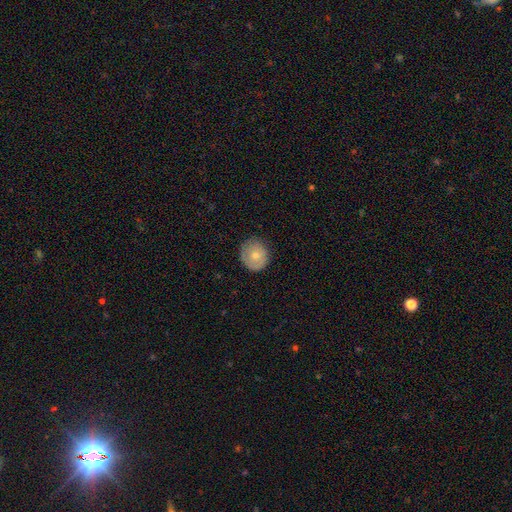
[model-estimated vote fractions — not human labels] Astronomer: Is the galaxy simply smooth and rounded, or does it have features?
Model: smooth — 64%.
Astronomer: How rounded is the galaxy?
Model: round — 85%.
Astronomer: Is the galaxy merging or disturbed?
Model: none — 78%.